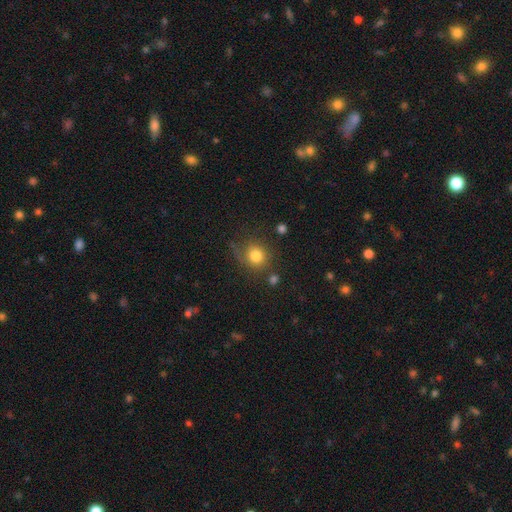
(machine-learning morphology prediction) A smooth galaxy with no disk features (80%) that is round (83%).

Vote fractions:
- Smooth or featured? smooth: 80% / star or artifact: 11% / featured or disk: 9%
- How rounded? round: 83% / in between: 16% / cigar-shaped: 1%
- Merging? none: 68% / minor disturbance: 19% / major disturbance: 8% / merger: 5%